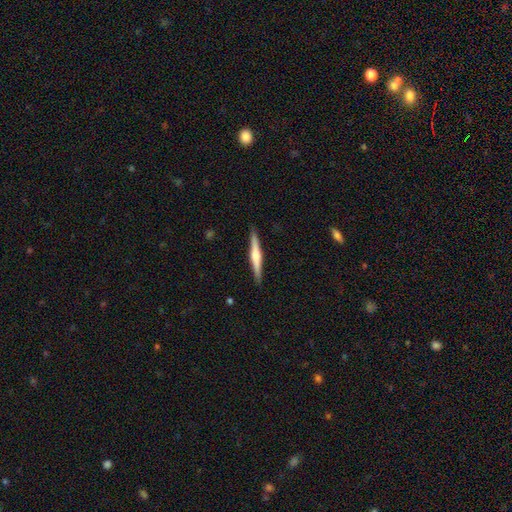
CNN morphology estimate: featured or disk 61%, smooth 34%, star or artifact 5%. Down the decision tree: edge-on disk — yes (98%); edge-on bulge — rounded (70%); merging — none (91%).